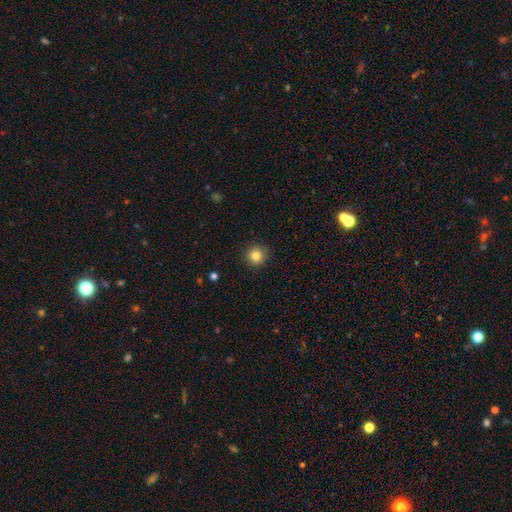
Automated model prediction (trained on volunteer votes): smooth_or_featured: smooth (p=0.83) [alt: star or artifact p=0.11]
how_rounded: round (p=0.94) [alt: in between p=0.05]
merging: none (p=0.91) [alt: minor disturbance p=0.06]